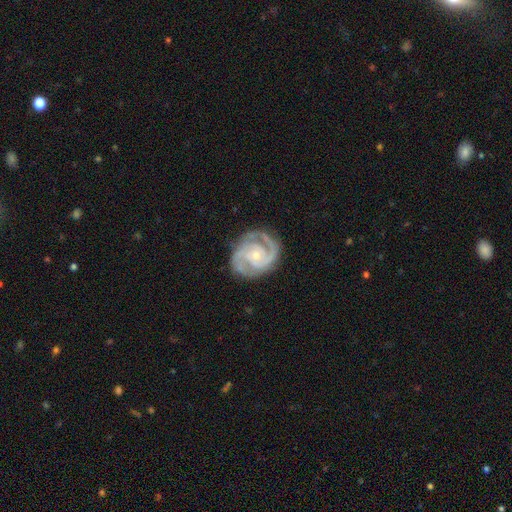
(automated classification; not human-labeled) A featured or disk galaxy (91%) with no bar (63%), 2 (64%) tight (53%) spiral arms (98%) and a small central bulge (66%). Merging: none (78%).